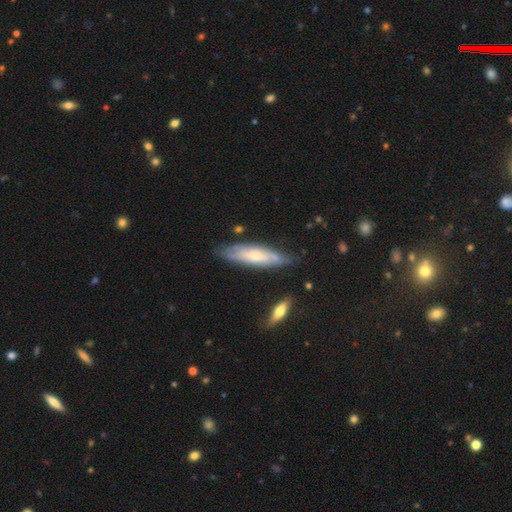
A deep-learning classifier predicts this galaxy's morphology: featured or disk 53%, smooth 41%, star or artifact 6%. Down the decision tree: edge-on disk — no (56%); merging — none (70%).